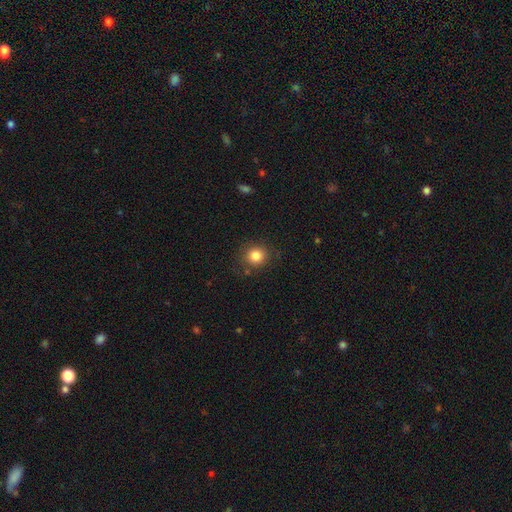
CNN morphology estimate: smooth 83%, star or artifact 11%, featured or disk 6%. Down the decision tree: how rounded — round (87%); merging — none (85%).